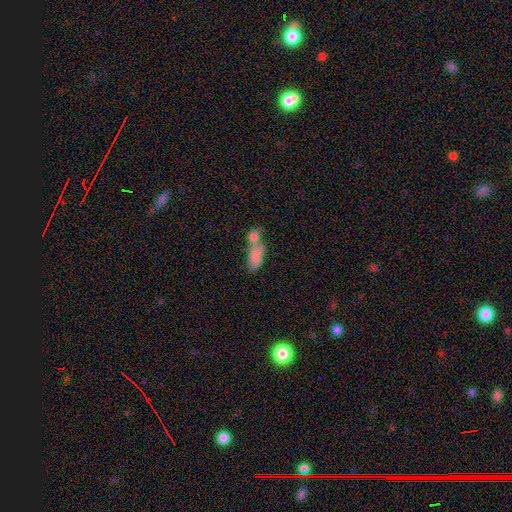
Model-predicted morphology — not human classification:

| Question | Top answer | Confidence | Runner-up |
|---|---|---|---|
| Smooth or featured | smooth | 78% | featured or disk (14%) |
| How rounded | in between | 82% | cigar-shaped (12%) |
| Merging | merger | 57% | none (24%) |